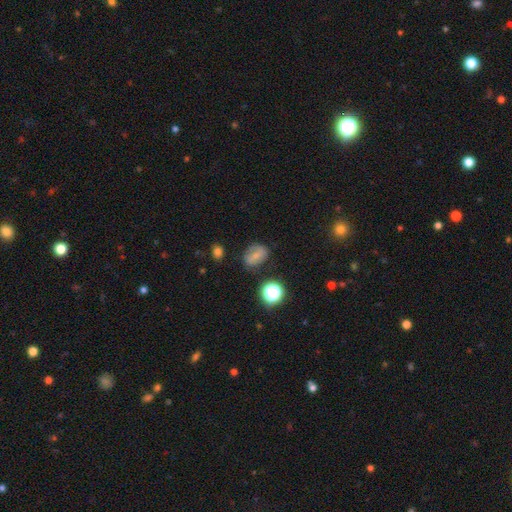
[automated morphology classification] Q: Smooth or featured?
A: smooth (56%); runner-up: featured or disk (27%)
Q: How rounded?
A: in between (57%); runner-up: round (41%)
Q: Merging?
A: none (69%); runner-up: minor disturbance (20%)